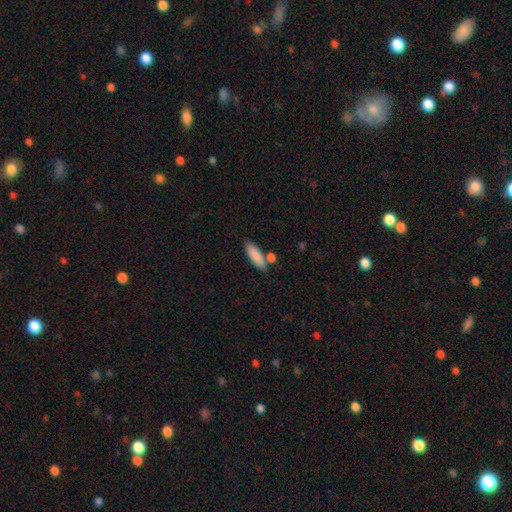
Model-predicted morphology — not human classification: Smooth or featured?
  - smooth: 87% *
  - featured or disk: 7%
  - star or artifact: 6%
How rounded?
  - in between: 60% *
  - cigar-shaped: 38%
  - round: 2%
Merging?
  - none: 71% *
  - merger: 14%
  - minor disturbance: 12%
  - major disturbance: 3%